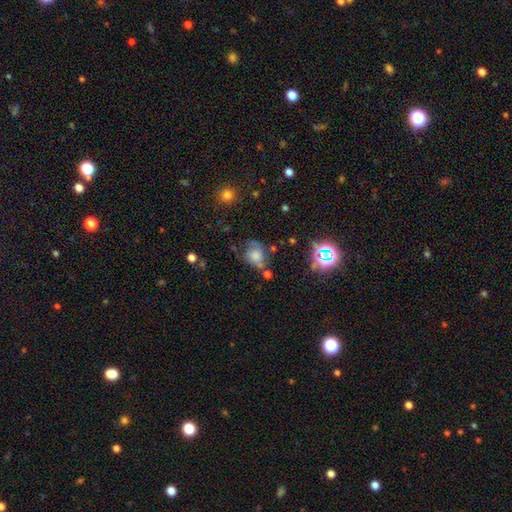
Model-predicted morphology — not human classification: Smooth or featured? Predicted: smooth (p=0.54). How rounded? Predicted: round (p=0.50). Merging? Predicted: none (p=0.40).